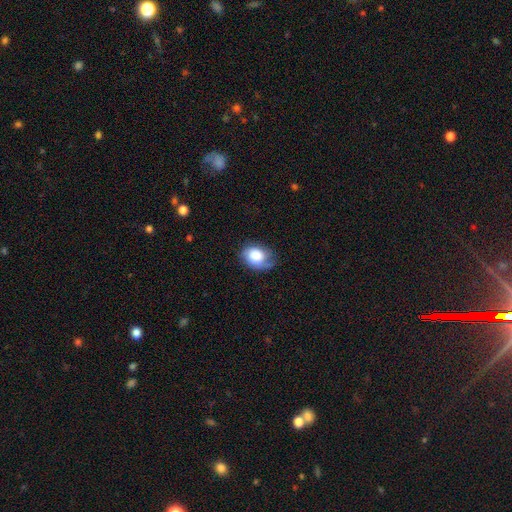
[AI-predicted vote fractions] A smooth galaxy with no disk features (74%) that is in between round and cigar-shaped (63%). Merging: none (50%).